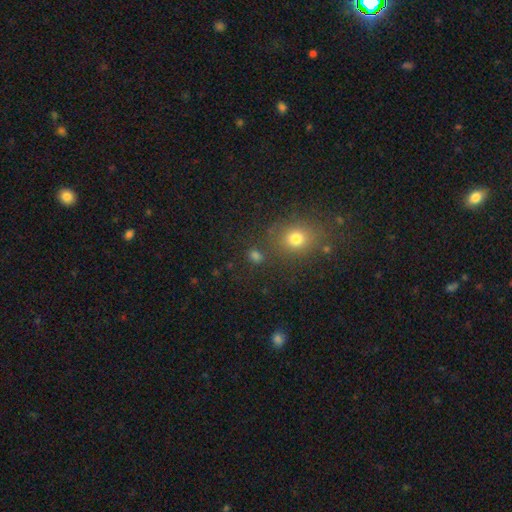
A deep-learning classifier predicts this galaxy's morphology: The model was most divided on "how rounded": round: 68%, in between: 30%, cigar-shaped: 2%. More confident: merging — none (74%); smooth or featured — smooth (69%).